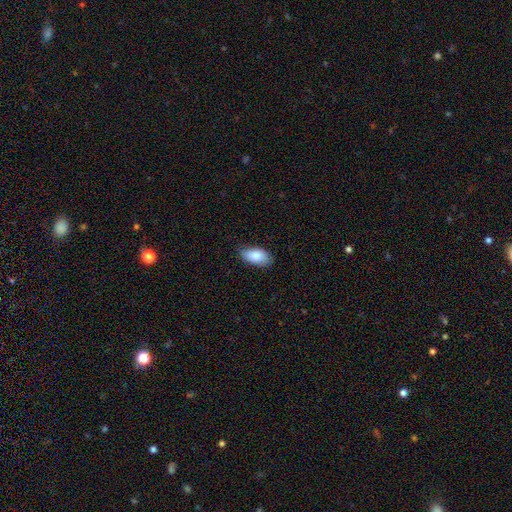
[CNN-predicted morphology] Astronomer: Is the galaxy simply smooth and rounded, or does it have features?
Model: smooth — 86%.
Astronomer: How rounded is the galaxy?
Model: in between — 94%.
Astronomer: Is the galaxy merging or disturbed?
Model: none — 81%.